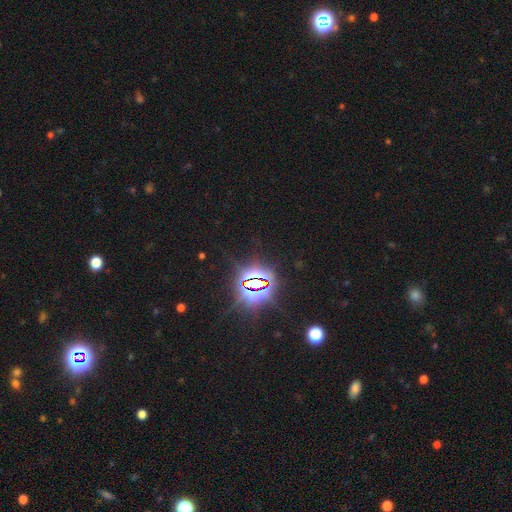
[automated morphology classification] smooth_or_featured: star or artifact (p=0.82) [alt: smooth p=0.12]